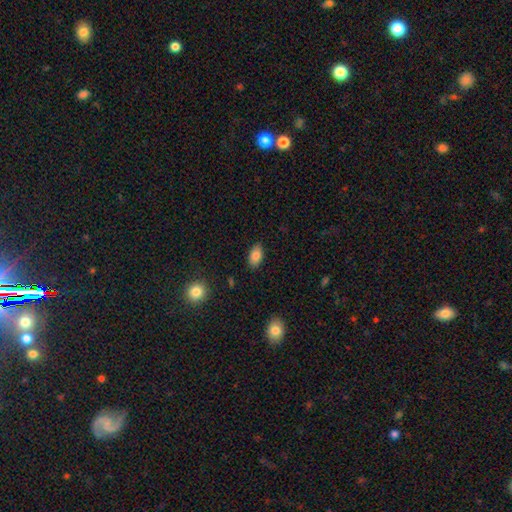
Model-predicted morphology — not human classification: Smooth or featured? smooth (83%)
How rounded? in between (91%)
Merging? none (86%)